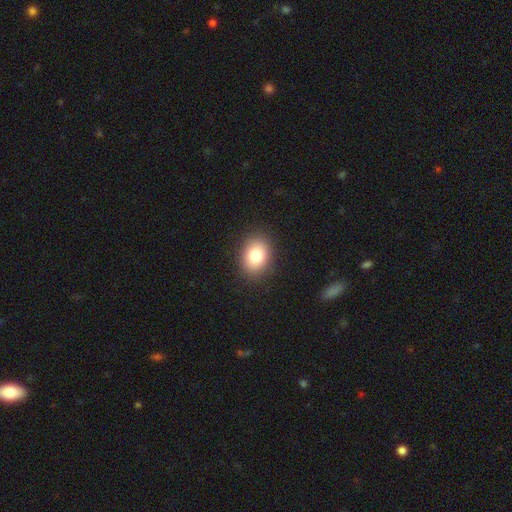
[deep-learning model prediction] smooth-or-featured: smooth: 81% | star or artifact: 10% | featured or disk: 9%
  how-rounded: in between: 59% | round: 40% | cigar-shaped: 1%
  merging: none: 89% | minor disturbance: 8% | major disturbance: 3% | merger: 1%